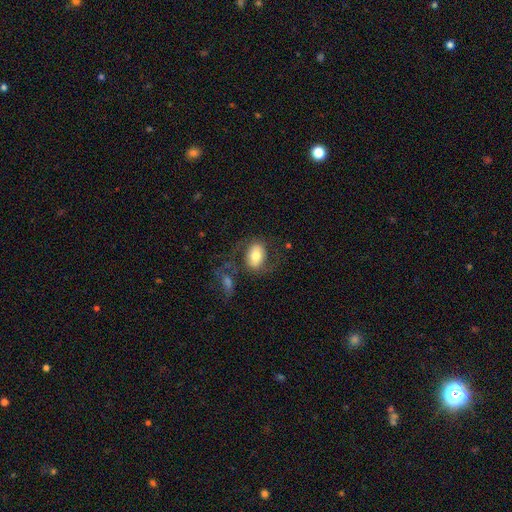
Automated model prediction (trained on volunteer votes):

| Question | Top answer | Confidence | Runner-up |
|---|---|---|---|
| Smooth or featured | smooth | 61% | featured or disk (31%) |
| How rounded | in between | 77% | round (21%) |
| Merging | none | 55% | major disturbance (17%) |